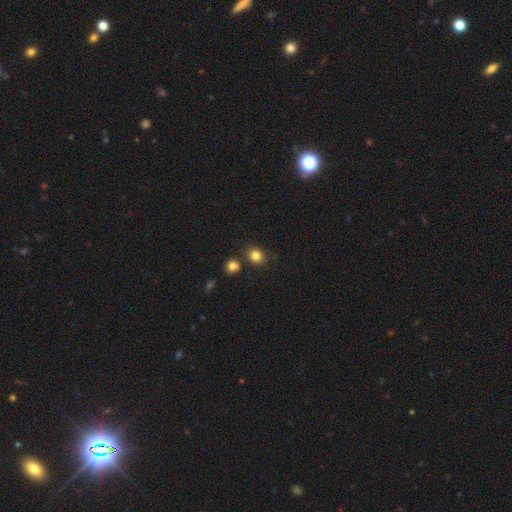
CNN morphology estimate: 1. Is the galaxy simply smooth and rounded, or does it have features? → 83% smooth, 12% star or artifact, 5% featured or disk.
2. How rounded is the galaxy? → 74% round, 25% in between, 1% cigar-shaped.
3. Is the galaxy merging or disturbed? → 80% none, 10% minor disturbance, 8% merger, 3% major disturbance.